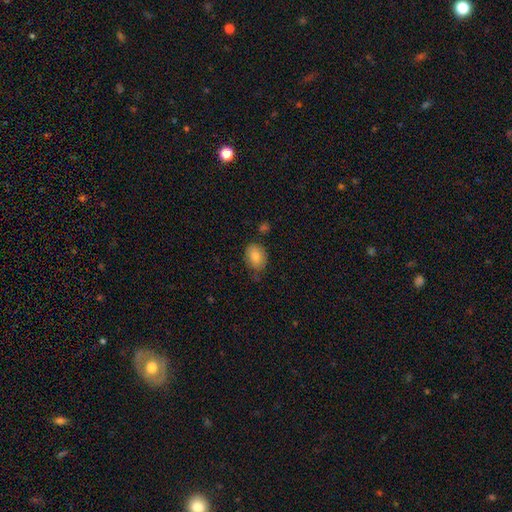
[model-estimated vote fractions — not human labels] Q: Smooth or featured?
A: smooth (81%); runner-up: featured or disk (11%)
Q: How rounded?
A: in between (70%); runner-up: round (29%)
Q: Merging?
A: none (69%); runner-up: minor disturbance (22%)